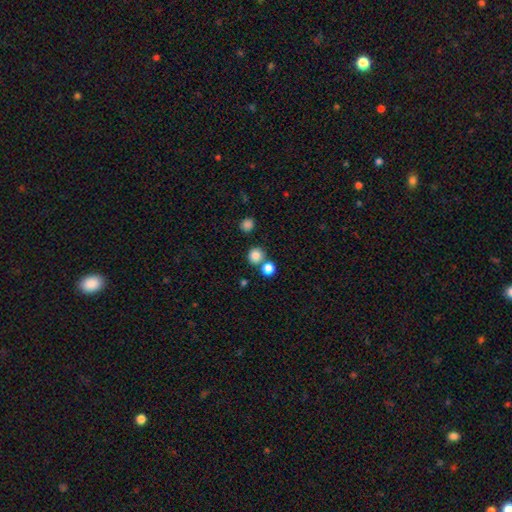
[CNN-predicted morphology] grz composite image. It shows a smooth galaxy with no disk features (83%) that is round (90%). Merging: none (71%).